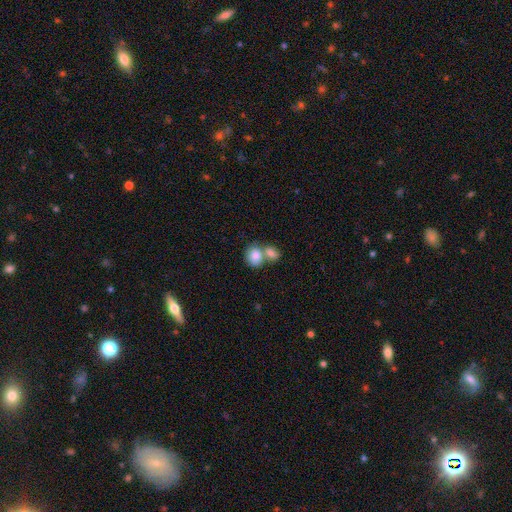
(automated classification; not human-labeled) A smooth galaxy with no disk features (83%) that is round (52%).

Vote fractions:
- Smooth or featured? smooth: 83% / featured or disk: 10% / star or artifact: 7%
- How rounded? round: 52% / in between: 47% / cigar-shaped: 1%
- Merging? merger: 62% / none: 26% / minor disturbance: 8% / major disturbance: 4%